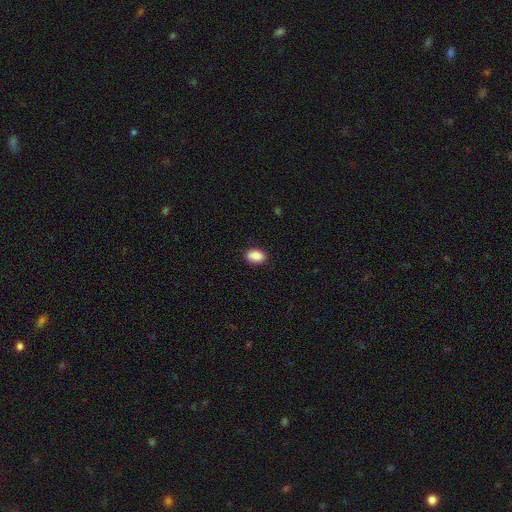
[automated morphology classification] type=smooth (90%); roundness=in between (87%); merging=none (88%).